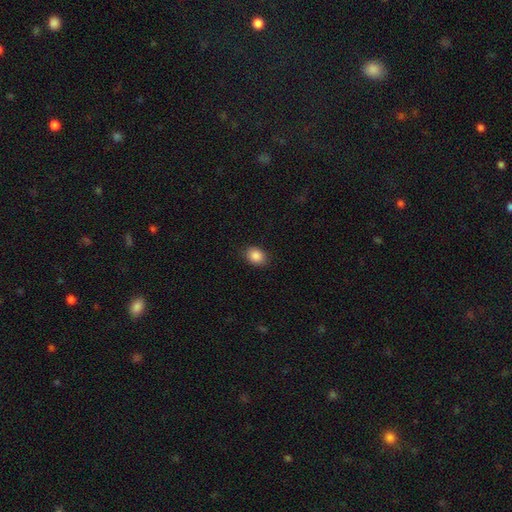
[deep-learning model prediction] A smooth galaxy with no disk features (88%) that is in between round and cigar-shaped (62%).

Vote fractions:
- Smooth or featured? smooth: 88% / star or artifact: 8% / featured or disk: 4%
- How rounded? in between: 62% / round: 37% / cigar-shaped: 1%
- Merging? none: 86% / minor disturbance: 10% / major disturbance: 3% / merger: 1%